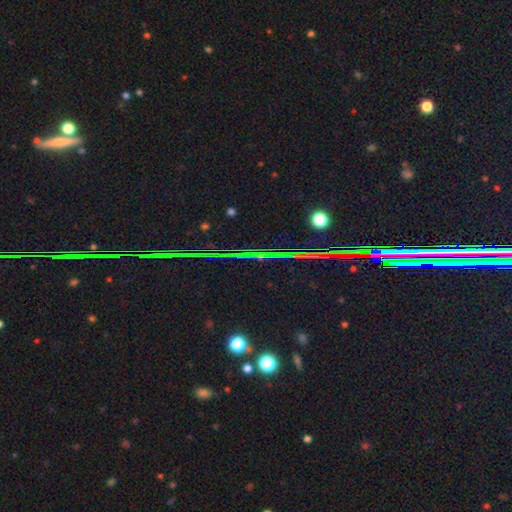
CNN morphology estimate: A star or artifact, not a galaxy (86%).

Vote fractions:
- Smooth or featured? star or artifact: 86% / featured or disk: 7% / smooth: 7%